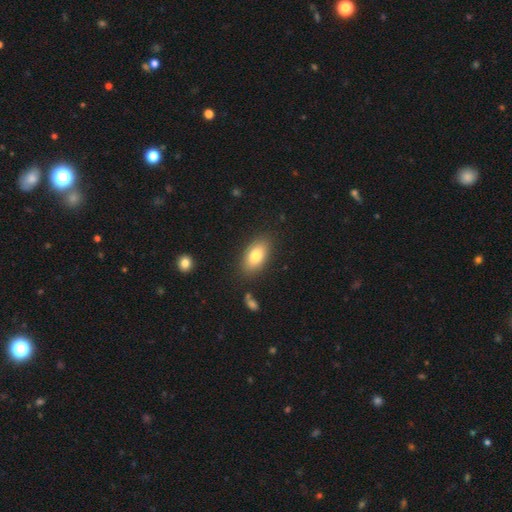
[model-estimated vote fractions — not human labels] Smooth or featured? Predicted: smooth (p=0.79). How rounded? Predicted: in between (p=0.90). Merging? Predicted: none (p=0.84).